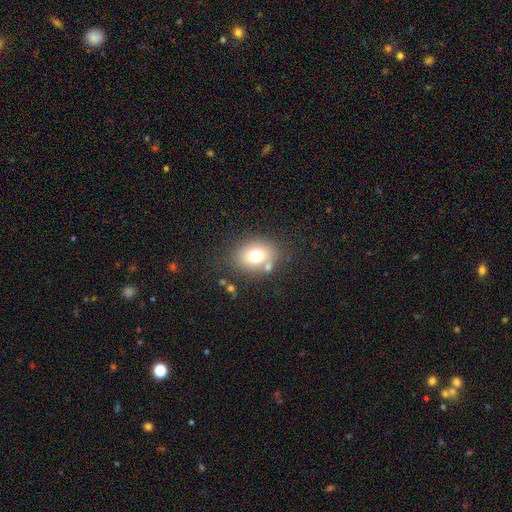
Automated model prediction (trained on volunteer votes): This appears to be a smooth galaxy with no disk features (73%) that is in between round and cigar-shaped (55%). Merging: none (72%).